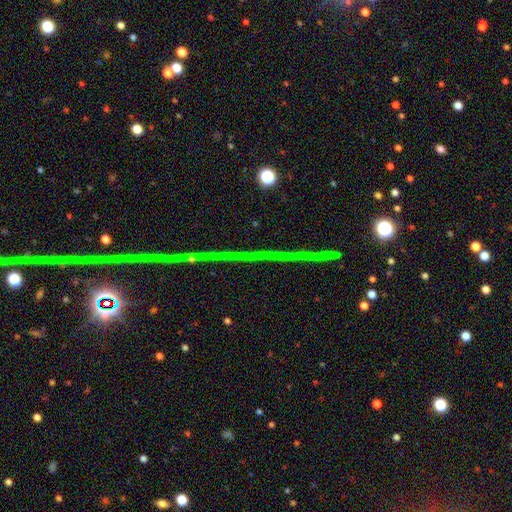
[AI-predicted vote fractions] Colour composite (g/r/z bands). It shows a star or artifact, not a galaxy (80%).